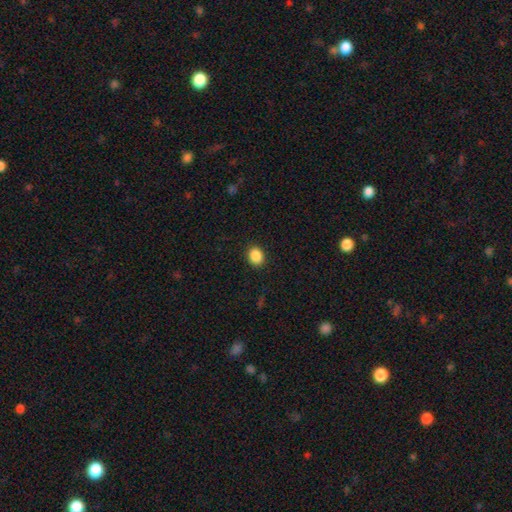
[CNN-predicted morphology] A smooth galaxy with no disk features (88%) that is round (54%).

Vote fractions:
- Smooth or featured? smooth: 88% / star or artifact: 9% / featured or disk: 3%
- How rounded? round: 54% / in between: 45% / cigar-shaped: 1%
- Merging? none: 90% / minor disturbance: 6% / major disturbance: 2% / merger: 1%